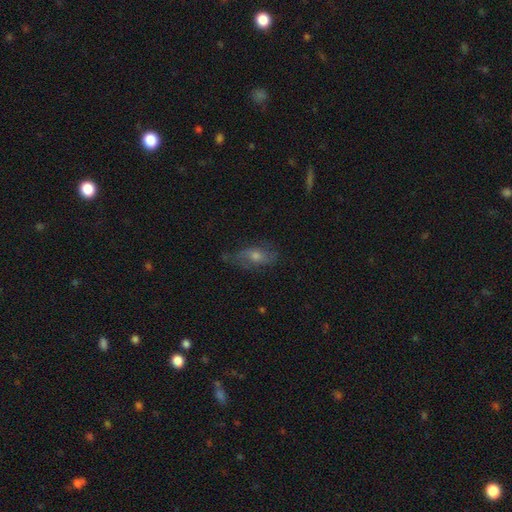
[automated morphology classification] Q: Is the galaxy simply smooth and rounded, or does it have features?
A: featured or disk — 45%.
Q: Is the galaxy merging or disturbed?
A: none — 61%.